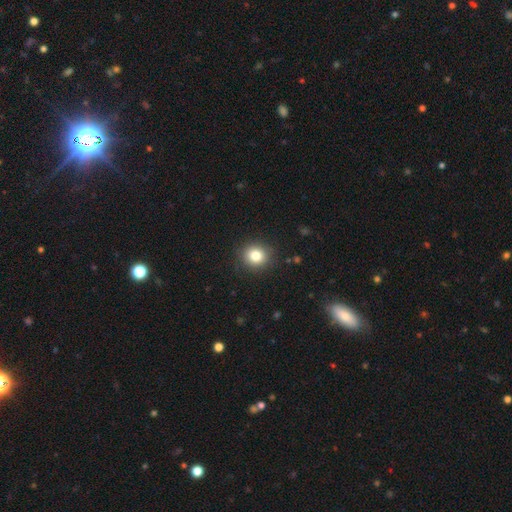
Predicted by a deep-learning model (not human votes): A smooth galaxy with no disk features (82%) that is round (83%).

Vote fractions:
- Smooth or featured? smooth: 82% / star or artifact: 11% / featured or disk: 7%
- How rounded? round: 83% / in between: 16% / cigar-shaped: 1%
- Merging? none: 90% / minor disturbance: 7% / major disturbance: 2% / merger: 1%